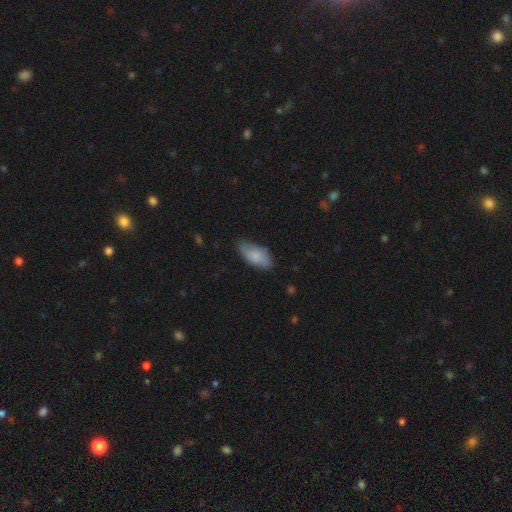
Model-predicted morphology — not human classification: Q: Smooth or featured?
A: smooth (79%); runner-up: featured or disk (15%)
Q: How rounded?
A: in between (91%); runner-up: cigar-shaped (7%)
Q: Merging?
A: none (72%); runner-up: minor disturbance (22%)